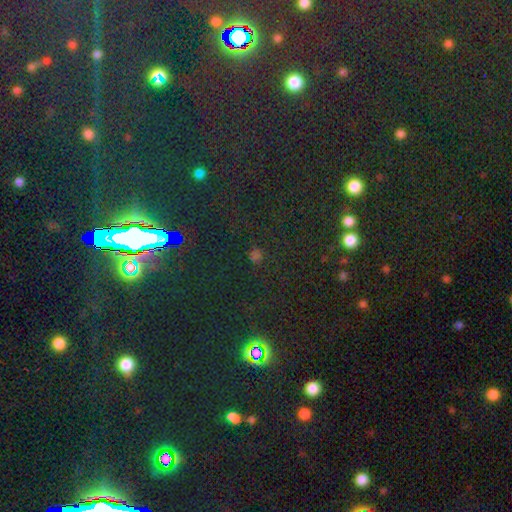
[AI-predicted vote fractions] star or artifact 63%, smooth 29%, featured or disk 8%.